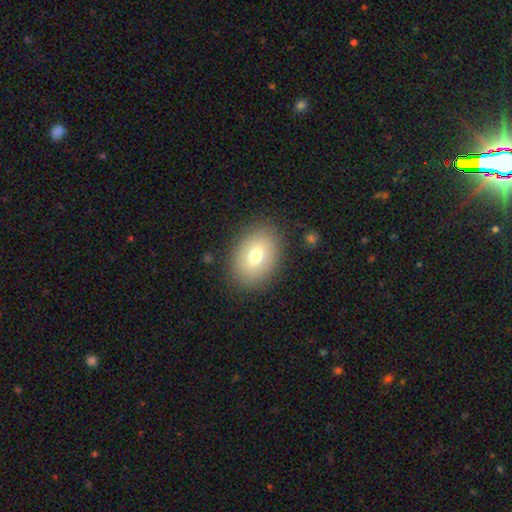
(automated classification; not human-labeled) This is likely a smooth galaxy (72%). How rounded: likely in between (78%). Merging: clearly none (85%).